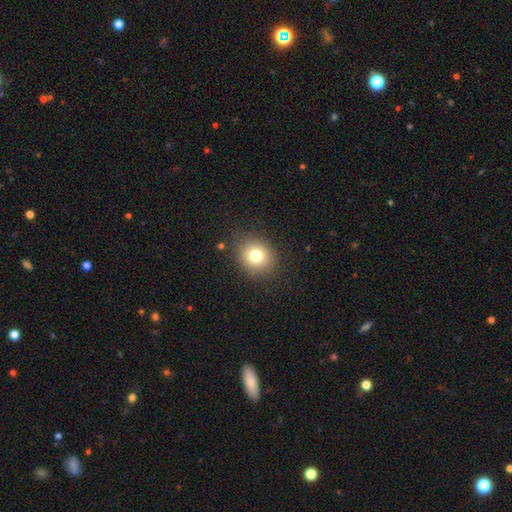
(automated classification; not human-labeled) Smooth or featured? Predicted: smooth (p=0.77). How rounded? Predicted: round (p=0.72). Merging? Predicted: none (p=0.86).